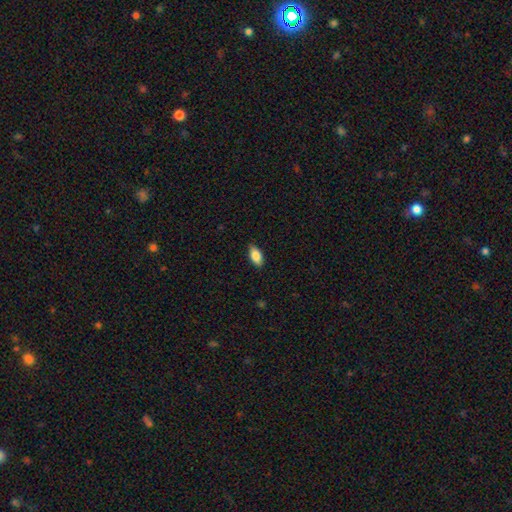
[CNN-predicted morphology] Q: Smooth or featured?
A: smooth (86%); runner-up: featured or disk (8%)
Q: How rounded?
A: in between (90%); runner-up: cigar-shaped (6%)
Q: Merging?
A: none (87%); runner-up: minor disturbance (10%)